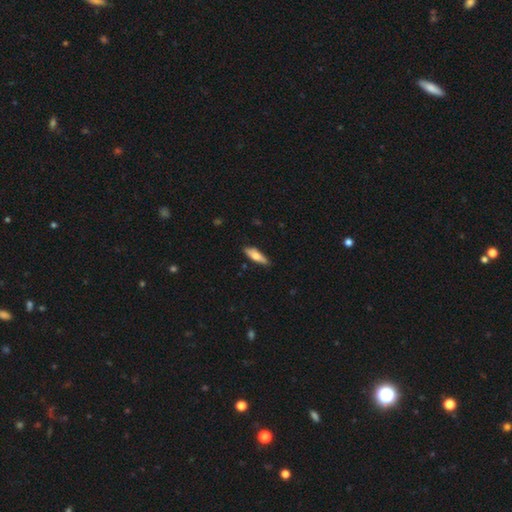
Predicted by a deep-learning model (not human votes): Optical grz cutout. It shows a smooth galaxy with no disk features (65%) that is cigar-shaped (53%). Merging: none (84%).